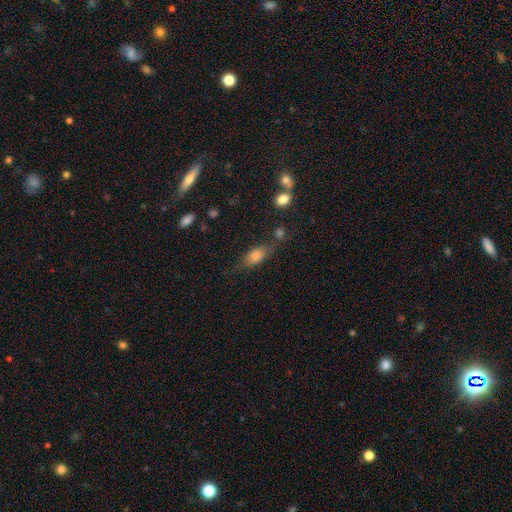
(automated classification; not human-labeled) smooth 67%, featured or disk 22%, star or artifact 10%. Down the decision tree: how rounded — in between (70%); merging — none (64%).